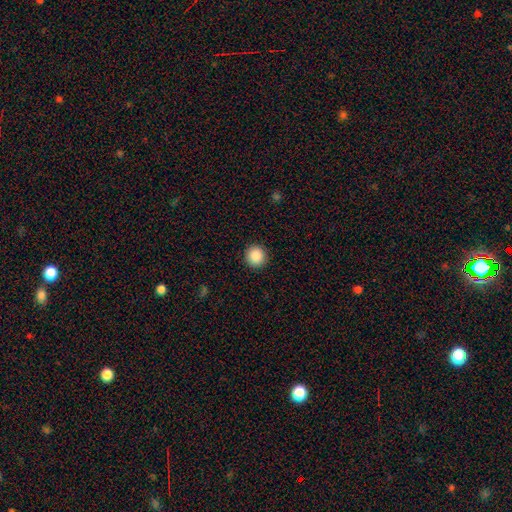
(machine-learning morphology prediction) Smooth or featured? Predicted: smooth (p=0.88). How rounded? Predicted: round (p=0.95). Merging? Predicted: none (p=0.93).